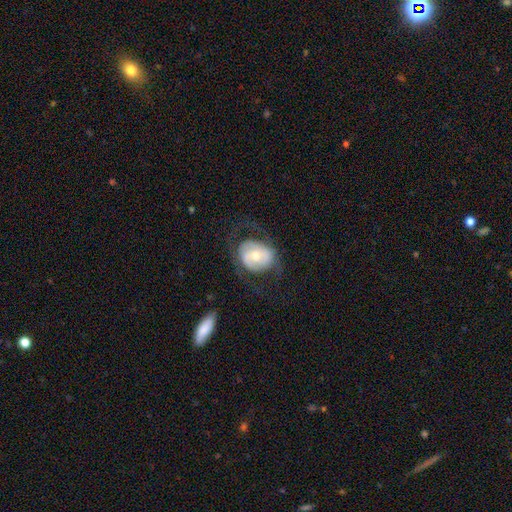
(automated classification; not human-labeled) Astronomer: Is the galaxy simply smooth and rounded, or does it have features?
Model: featured or disk — 56% (runner-up: smooth, 38%).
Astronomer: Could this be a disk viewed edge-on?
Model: no — 95%.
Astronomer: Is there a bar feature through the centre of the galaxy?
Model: no — 55%.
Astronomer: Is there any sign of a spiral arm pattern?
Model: yes — 57% (runner-up: no, 43%).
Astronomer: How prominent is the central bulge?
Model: moderate — 57% (runner-up: small, 34%).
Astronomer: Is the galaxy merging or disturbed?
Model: none — 59%.